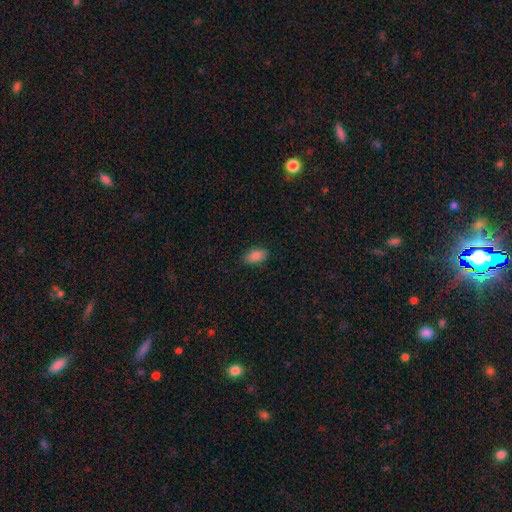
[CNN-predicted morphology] This appears to be a smooth galaxy with no disk features (87%) that is in between round and cigar-shaped (92%). Merging: none (86%).